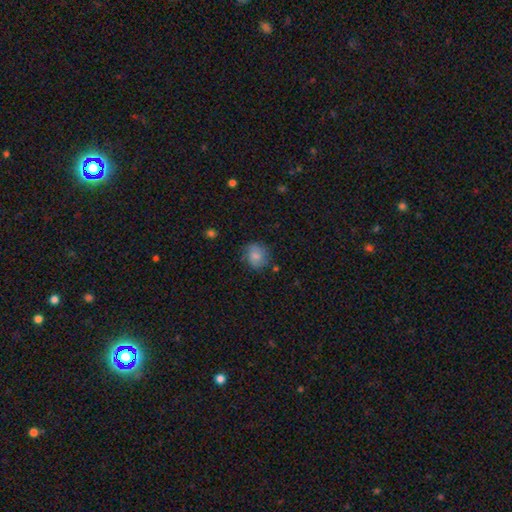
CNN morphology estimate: Smooth or featured: smooth — 72% (featured or disk — 20%)
How rounded: round — 75% (in between — 24%)
Merging: none — 66% (minor disturbance — 24%)